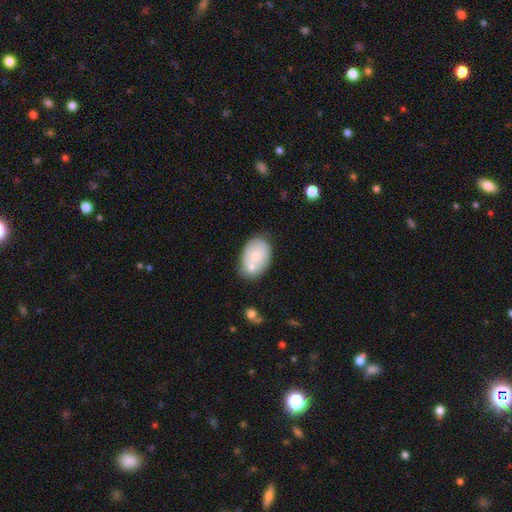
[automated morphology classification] The model was most divided on "merging": none: 51%, merger: 24%, minor disturbance: 20%, major disturbance: 5%. More confident: how rounded — in between (87%); smooth or featured — smooth (70%).